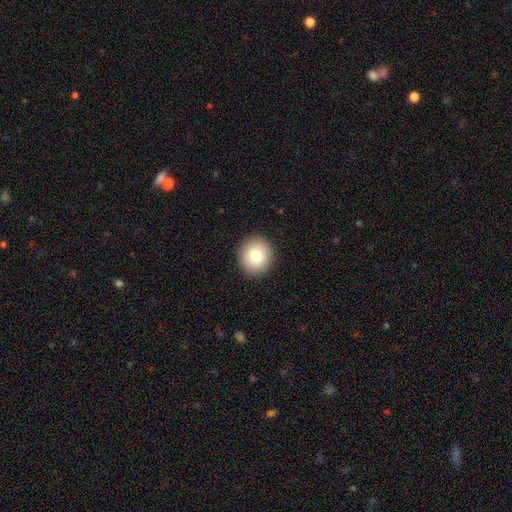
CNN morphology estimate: type=smooth (80%); roundness=round (89%); merging=none (91%).